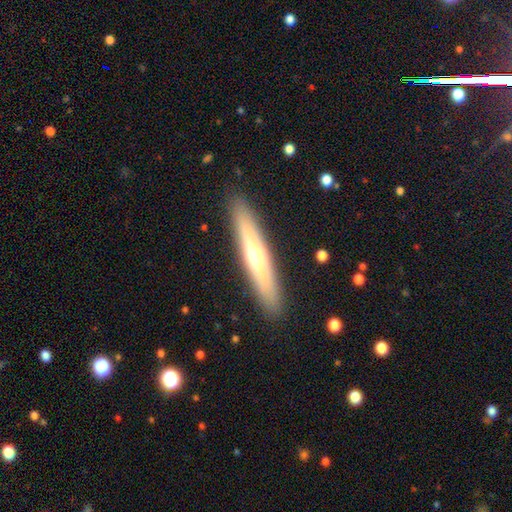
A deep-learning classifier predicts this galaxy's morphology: This appears to be a smooth galaxy with no disk features (48%). Merging: none (90%).